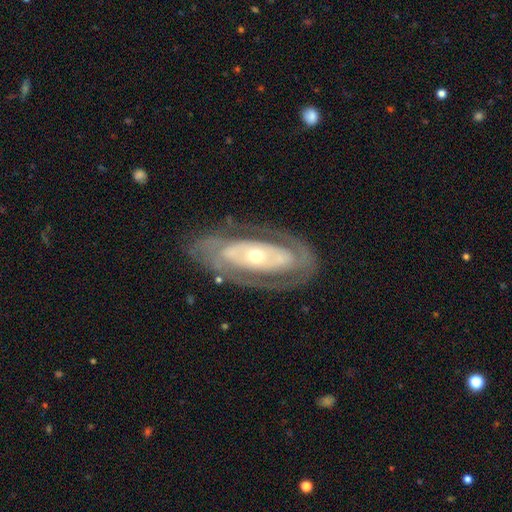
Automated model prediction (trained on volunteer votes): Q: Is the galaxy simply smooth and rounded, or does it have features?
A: featured or disk — 80%.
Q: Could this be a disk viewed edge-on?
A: no — 90%.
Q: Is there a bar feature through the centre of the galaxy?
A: no — 72%.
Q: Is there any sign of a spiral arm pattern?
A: yes — 60%.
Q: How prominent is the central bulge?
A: moderate — 47%.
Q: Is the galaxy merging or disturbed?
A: none — 75%.